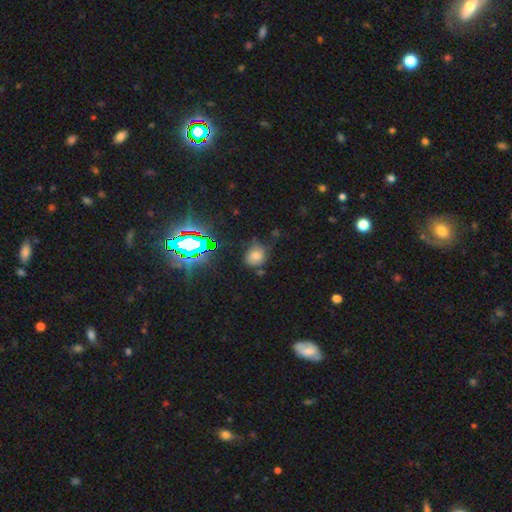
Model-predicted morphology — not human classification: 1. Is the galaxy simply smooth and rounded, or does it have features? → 49% smooth, 35% star or artifact, 16% featured or disk.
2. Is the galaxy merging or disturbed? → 67% none, 21% minor disturbance, 8% major disturbance, 4% merger.